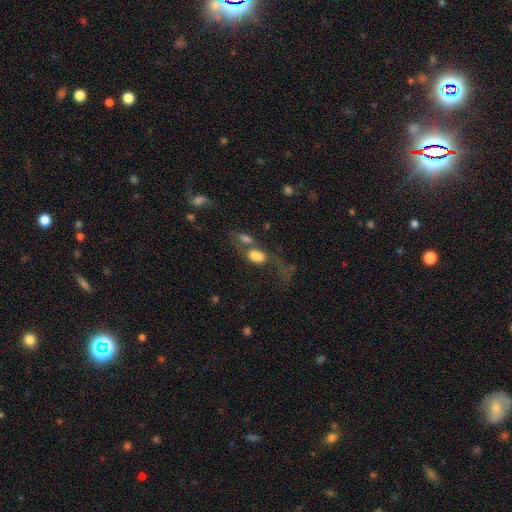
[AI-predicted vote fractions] Q: Smooth or featured?
A: smooth (62%); runner-up: featured or disk (25%)
Q: How rounded?
A: in between (78%); runner-up: round (16%)
Q: Merging?
A: merger (62%); runner-up: major disturbance (15%)